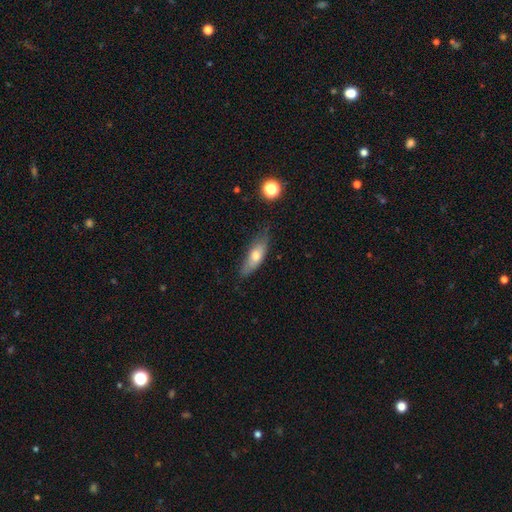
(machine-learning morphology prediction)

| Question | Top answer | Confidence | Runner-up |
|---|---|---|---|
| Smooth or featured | smooth | 66% | featured or disk (27%) |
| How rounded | in between | 56% | cigar-shaped (41%) |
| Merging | none | 68% | minor disturbance (25%) |